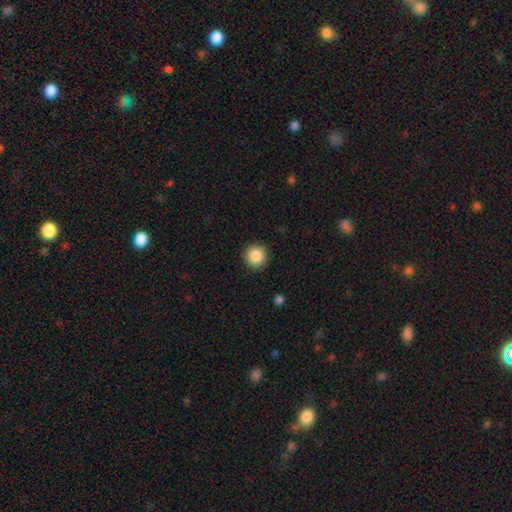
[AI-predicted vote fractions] The model was most divided on "smooth or featured": smooth: 87%, star or artifact: 9%, featured or disk: 4%. More confident: how rounded — round (95%); merging — none (91%).